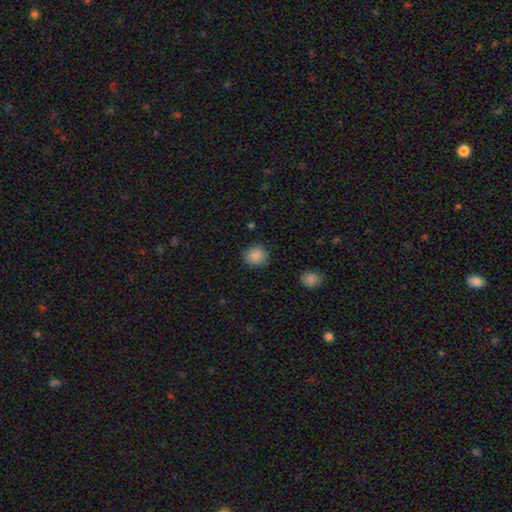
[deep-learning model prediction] The model was most divided on "how rounded": round: 83%, in between: 16%, cigar-shaped: 1%. More confident: smooth or featured — smooth (87%); merging — none (86%).